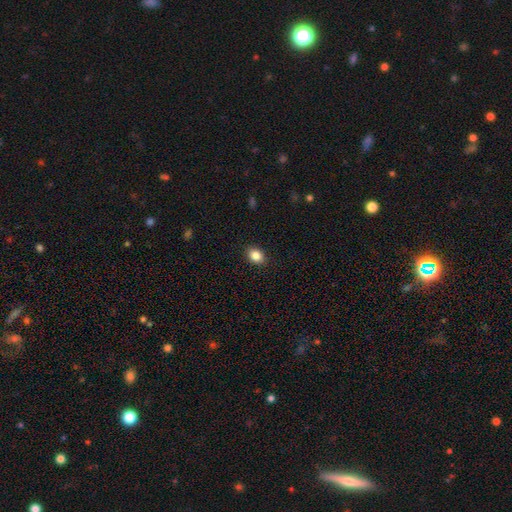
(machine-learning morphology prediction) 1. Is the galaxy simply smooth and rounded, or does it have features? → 86% smooth, 9% star or artifact, 5% featured or disk.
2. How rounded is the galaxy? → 67% in between, 32% round, 1% cigar-shaped.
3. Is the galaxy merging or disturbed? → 89% none, 8% minor disturbance, 2% major disturbance, 1% merger.